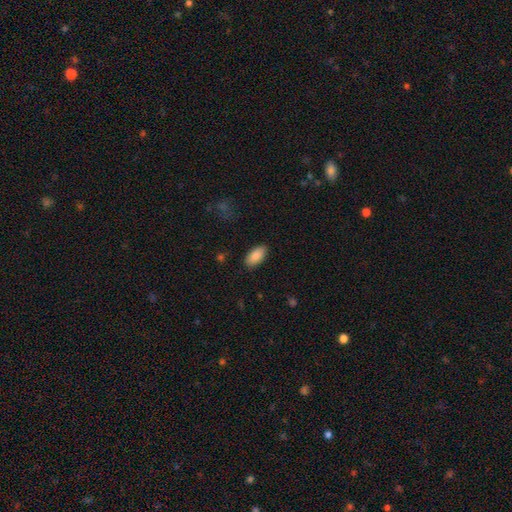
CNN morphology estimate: smooth 89%, star or artifact 6%, featured or disk 5%. Down the decision tree: how rounded — in between (94%); merging — none (87%).